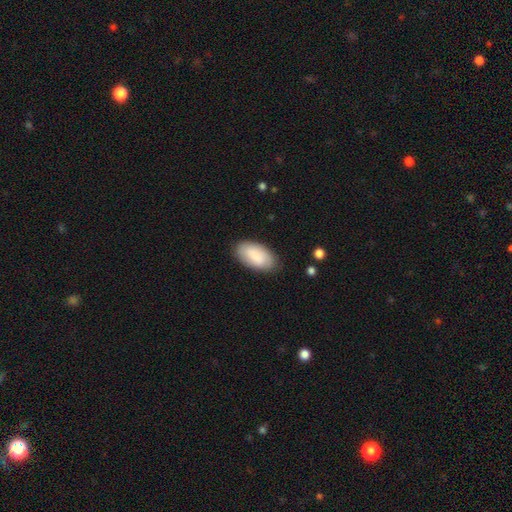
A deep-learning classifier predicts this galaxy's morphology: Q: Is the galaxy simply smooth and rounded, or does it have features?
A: smooth — 86%.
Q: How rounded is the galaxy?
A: in between — 96%.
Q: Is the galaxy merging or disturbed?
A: none — 83%.